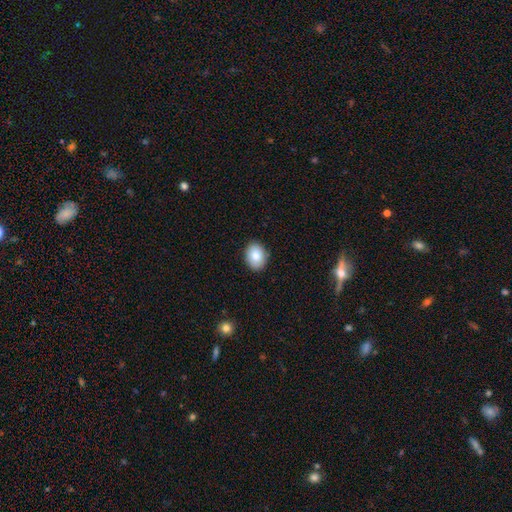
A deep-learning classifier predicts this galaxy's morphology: A smooth galaxy with no disk features (86%) that is in between round and cigar-shaped (67%). Merging: none (88%).